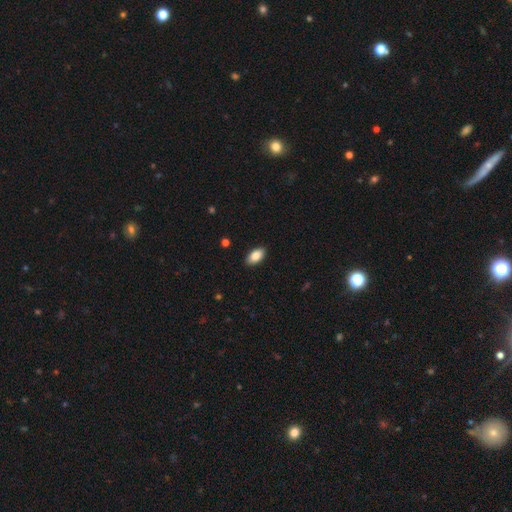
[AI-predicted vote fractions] smooth 86%, featured or disk 7%, star or artifact 7%. Down the decision tree: how rounded — in between (94%); merging — none (90%).